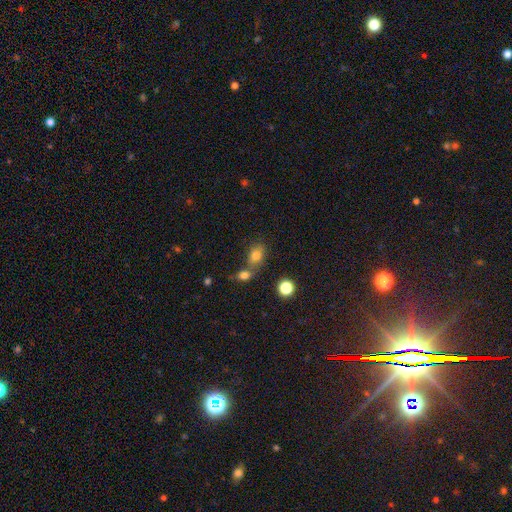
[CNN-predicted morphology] Smooth or featured? smooth (77%)
How rounded? in between (71%)
Merging? none (43%)